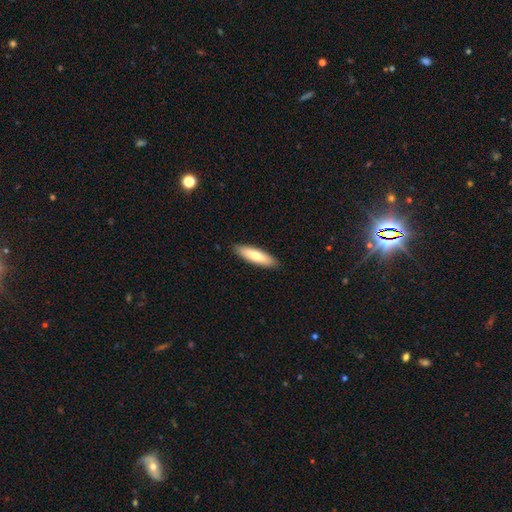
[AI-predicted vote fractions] A smooth galaxy with no disk features (72%) that is cigar-shaped (64%). Merging: none (89%).